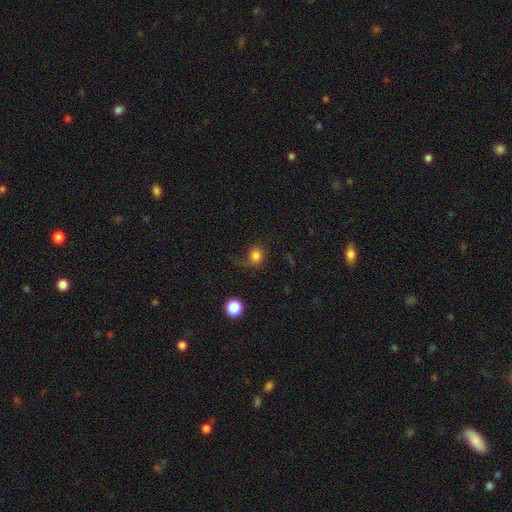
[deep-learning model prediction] Smooth or featured? Predicted: smooth (p=0.78). How rounded? Predicted: round (p=0.75). Merging? Predicted: none (p=0.52).